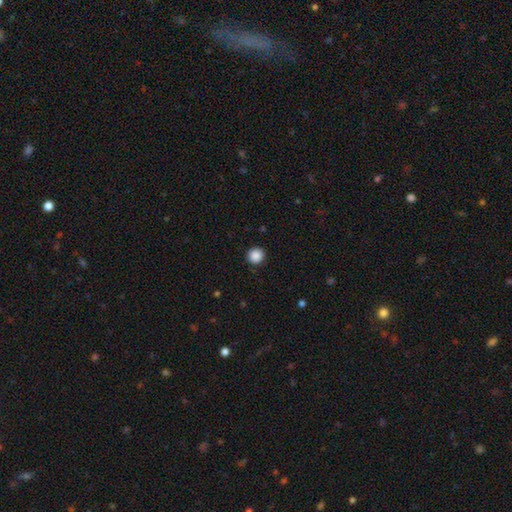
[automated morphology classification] This is clearly a smooth galaxy (88%). How rounded: clearly round (94%). Merging: clearly none (92%).